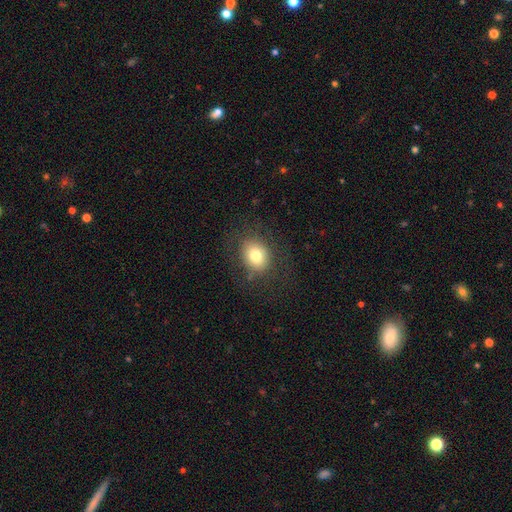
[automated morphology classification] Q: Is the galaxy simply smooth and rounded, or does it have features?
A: smooth — 77%.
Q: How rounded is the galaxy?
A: round — 53%.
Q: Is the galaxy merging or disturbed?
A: none — 79%.